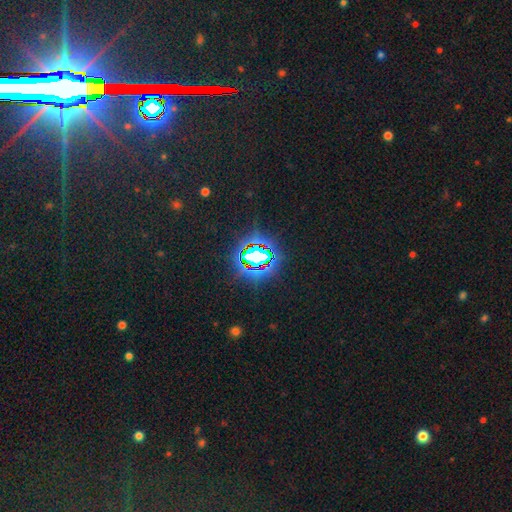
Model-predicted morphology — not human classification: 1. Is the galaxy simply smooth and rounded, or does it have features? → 76% star or artifact, 14% smooth, 10% featured or disk.